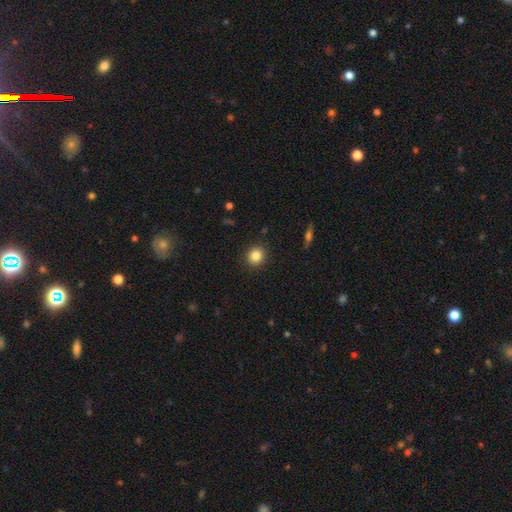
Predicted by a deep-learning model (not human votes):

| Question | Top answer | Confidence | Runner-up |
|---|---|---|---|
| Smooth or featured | smooth | 84% | star or artifact (10%) |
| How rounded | round | 87% | in between (12%) |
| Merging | none | 91% | minor disturbance (6%) |